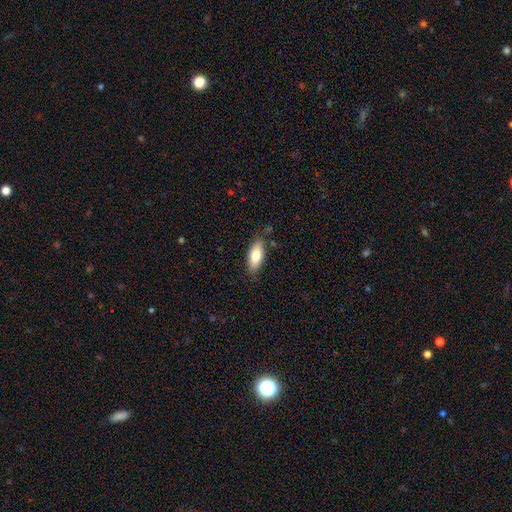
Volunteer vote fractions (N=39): Volunteers were most divided on "how rounded": in between: 62%, cigar-shaped: 38%, round: 0%. More confident: smooth or featured — smooth (82%); merging — none (71%).